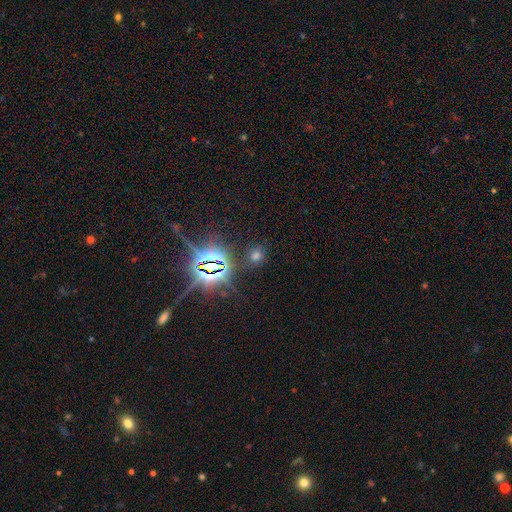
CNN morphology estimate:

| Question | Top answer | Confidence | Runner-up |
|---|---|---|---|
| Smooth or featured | star or artifact | 48% | smooth (43%) |